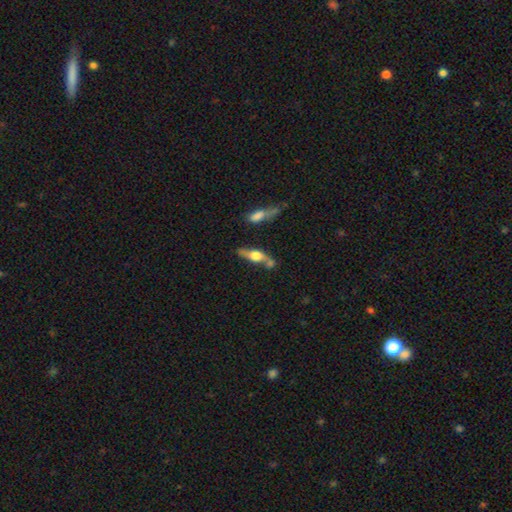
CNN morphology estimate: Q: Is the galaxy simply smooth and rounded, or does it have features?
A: featured or disk — 57%.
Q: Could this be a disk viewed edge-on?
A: yes — 76%.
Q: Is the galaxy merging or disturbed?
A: none — 60%.